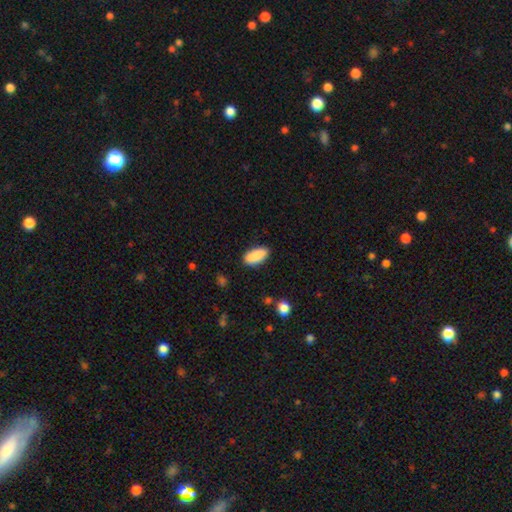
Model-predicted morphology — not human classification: Overall: smooth (90%). How rounded: in between (90%). Merging: none (87%).